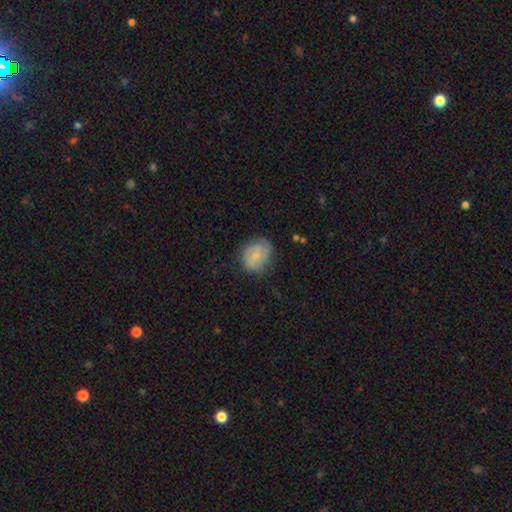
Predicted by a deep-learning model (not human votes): A smooth galaxy with no disk features (64%) that is round (56%).

Vote fractions:
- Smooth or featured? smooth: 64% / featured or disk: 28% / star or artifact: 7%
- How rounded? round: 56% / in between: 43% / cigar-shaped: 1%
- Merging? none: 69% / minor disturbance: 23% / major disturbance: 7% / merger: 1%